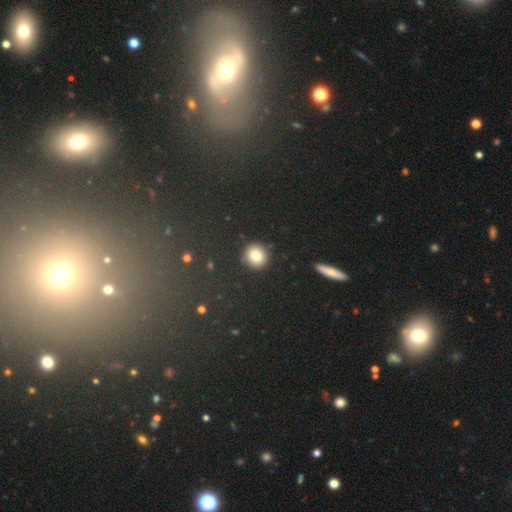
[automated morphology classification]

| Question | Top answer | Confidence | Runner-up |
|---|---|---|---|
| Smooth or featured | smooth | 81% | star or artifact (11%) |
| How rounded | round | 91% | in between (8%) |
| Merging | none | 90% | minor disturbance (6%) |